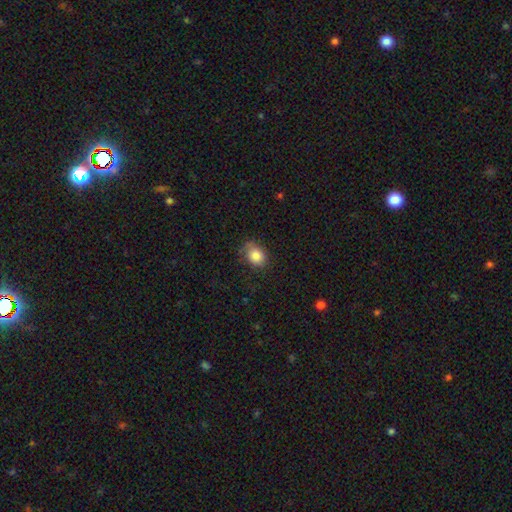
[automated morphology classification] A smooth galaxy with no disk features (83%) that is in between round and cigar-shaped (52%).

Vote fractions:
- Smooth or featured? smooth: 83% / featured or disk: 9% / star or artifact: 9%
- How rounded? in between: 52% / round: 47% / cigar-shaped: 1%
- Merging? none: 61% / minor disturbance: 28% / major disturbance: 9% / merger: 2%